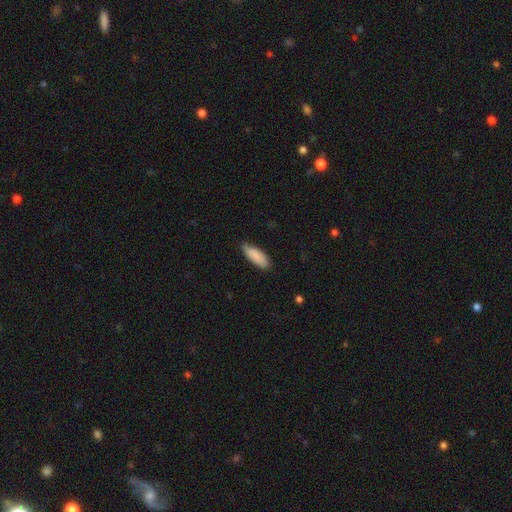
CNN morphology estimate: Q: Smooth or featured?
A: smooth (87%); runner-up: featured or disk (7%)
Q: How rounded?
A: in between (68%); runner-up: cigar-shaped (31%)
Q: Merging?
A: none (73%); runner-up: minor disturbance (23%)